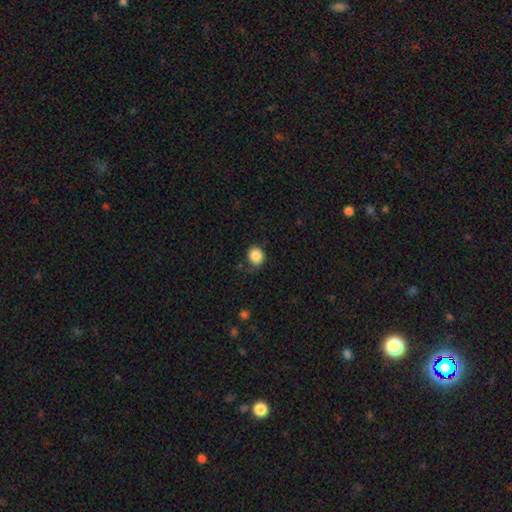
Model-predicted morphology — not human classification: This appears to be a smooth galaxy with no disk features (86%) that is round (85%). Merging: none (74%).